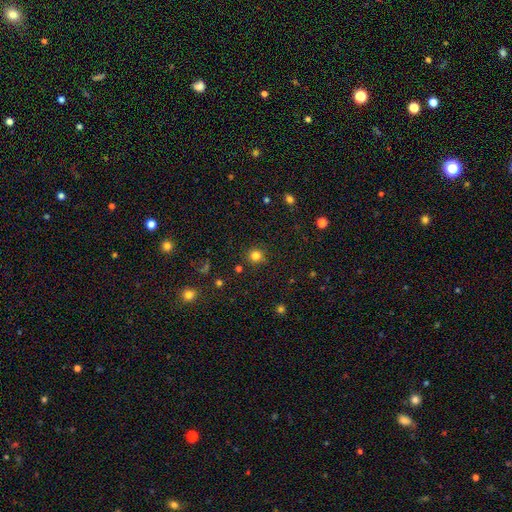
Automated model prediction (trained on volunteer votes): The model was most divided on "smooth or featured": smooth: 81%, star or artifact: 14%, featured or disk: 5%. More confident: how rounded — round (92%); merging — none (88%).